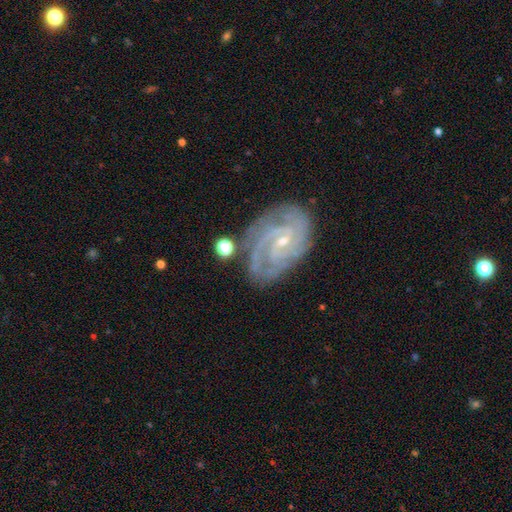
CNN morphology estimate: This appears to be a featured or disk galaxy (83%) with no bar (53%), 3 (26%) tight (67%) spiral arms (97%) and a small central bulge (76%). Merging: none (72%).